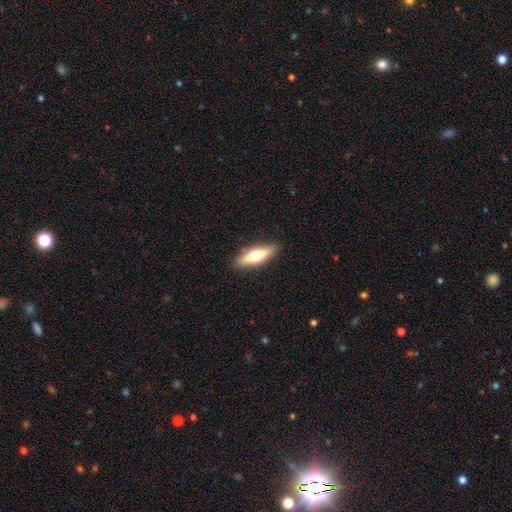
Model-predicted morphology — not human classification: Smooth or featured: smooth — 51% (featured or disk — 43%)
How rounded: cigar-shaped — 57% (in between — 41%)
Merging: none — 89% (minor disturbance — 8%)